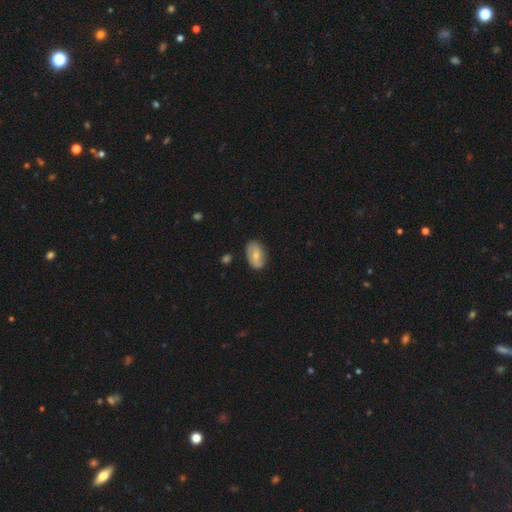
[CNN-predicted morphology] smooth-or-featured: smooth: 64% | featured or disk: 30% | star or artifact: 7%
  how-rounded: in between: 91% | round: 8% | cigar-shaped: 2%
  merging: none: 80% | minor disturbance: 15% | major disturbance: 3% | merger: 2%